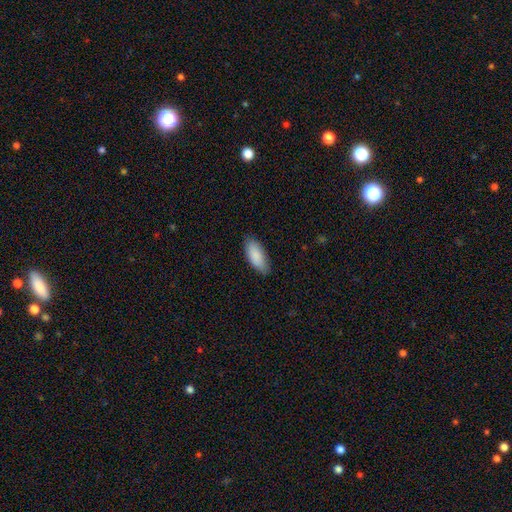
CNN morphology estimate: The model was most divided on "merging": none: 82%, minor disturbance: 15%, major disturbance: 2%, merger: 1%. More confident: smooth or featured — smooth (88%); how rounded — in between (84%).